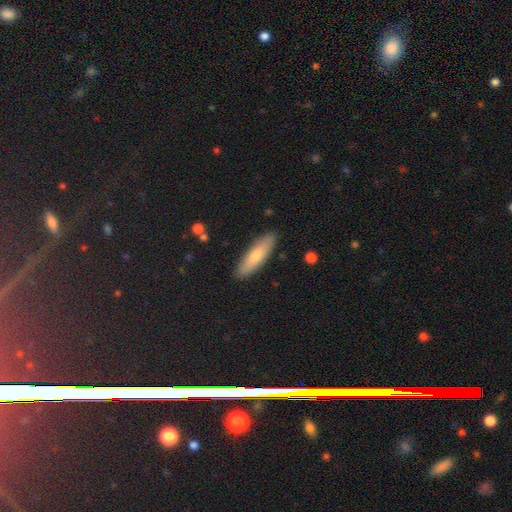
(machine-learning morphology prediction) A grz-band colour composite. It shows a smooth galaxy with no disk features (70%) that is cigar-shaped (63%). Merging: none (89%).